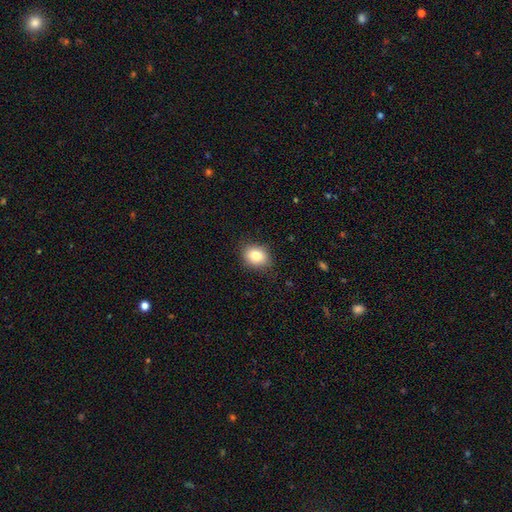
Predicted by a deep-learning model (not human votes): smooth_or_featured: smooth (p=0.82) [alt: star or artifact p=0.09]
how_rounded: in between (p=0.52) [alt: round p=0.47]
merging: none (p=0.82) [alt: minor disturbance p=0.14]